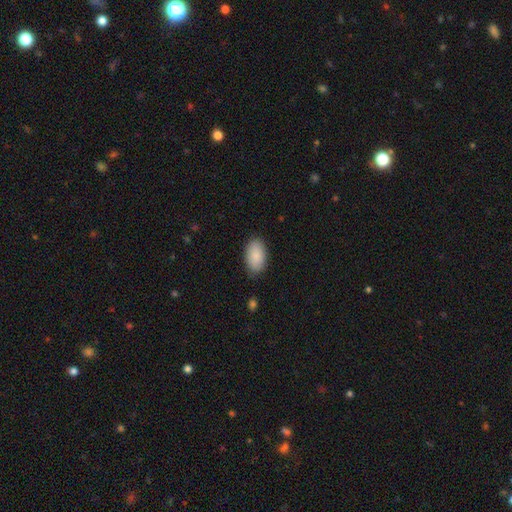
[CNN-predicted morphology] smooth_or_featured: smooth (p=0.88) [alt: star or artifact p=0.06]
how_rounded: in between (p=0.94) [alt: round p=0.04]
merging: none (p=0.83) [alt: minor disturbance p=0.13]